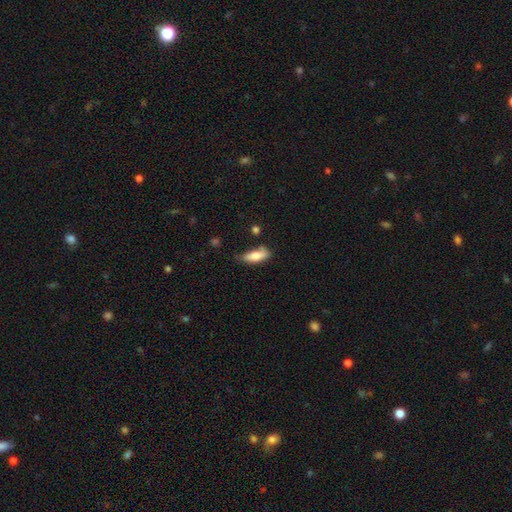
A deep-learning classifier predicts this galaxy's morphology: smooth 76%, featured or disk 17%, star or artifact 7%. Down the decision tree: how rounded — in between (70%); merging — none (53%).